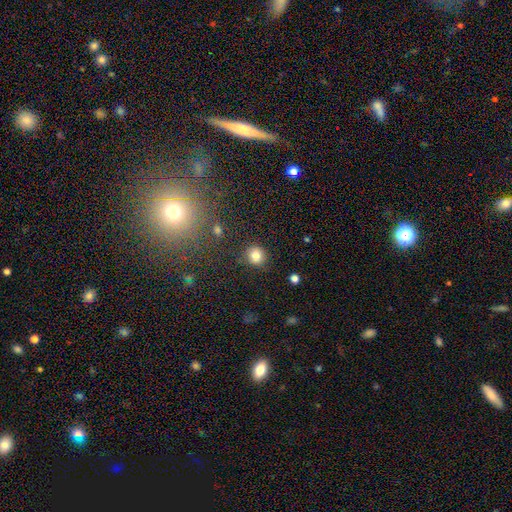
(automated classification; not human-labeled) Smooth or featured? smooth (82%)
How rounded? round (86%)
Merging? none (87%)